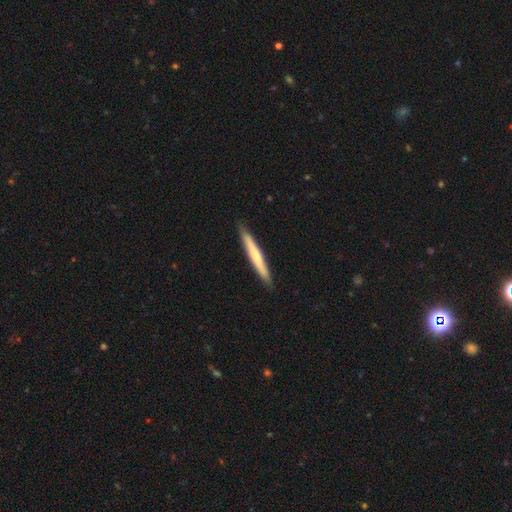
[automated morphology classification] Q: Smooth or featured?
A: smooth (51%); runner-up: featured or disk (44%)
Q: How rounded?
A: cigar-shaped (96%); runner-up: in between (3%)
Q: Merging?
A: none (90%); runner-up: minor disturbance (7%)